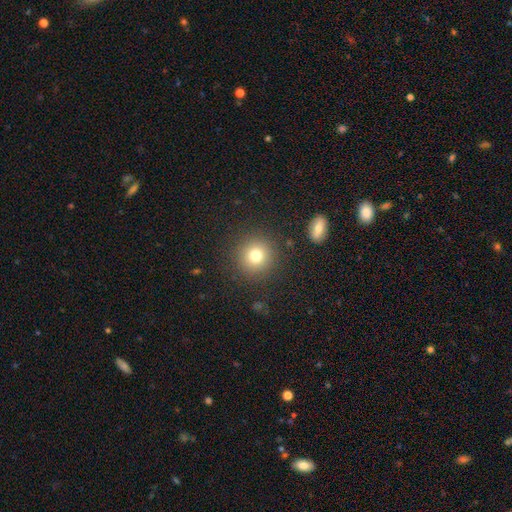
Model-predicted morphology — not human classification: The model was most divided on "smooth or featured": smooth: 76%, star or artifact: 14%, featured or disk: 10%. More confident: how rounded — round (94%); merging — none (88%).